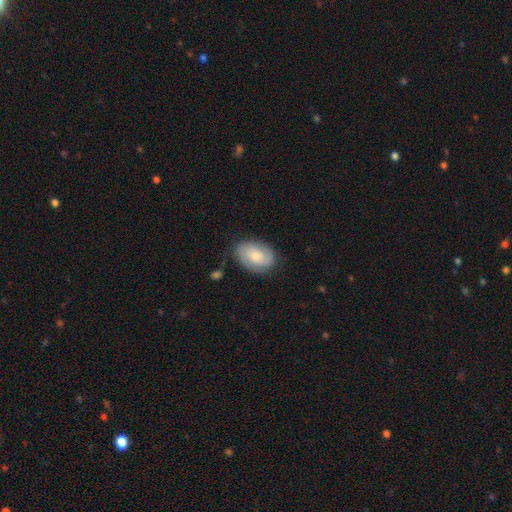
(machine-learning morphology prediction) smooth-or-featured: featured or disk: 51% | smooth: 43% | star or artifact: 7%
  disk-edge-on: no: 96% | yes: 4%
  merging: none: 77% | minor disturbance: 17% | major disturbance: 5% | merger: 2%